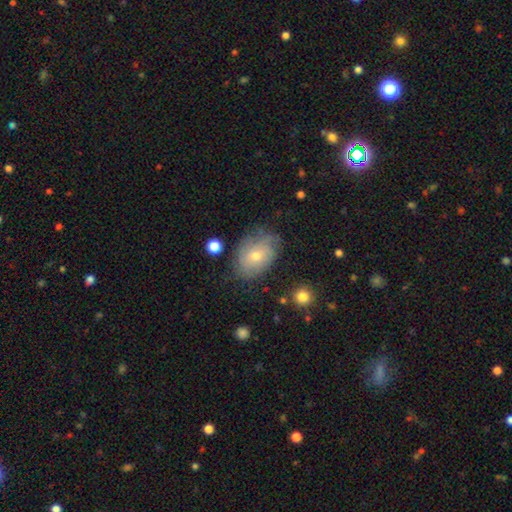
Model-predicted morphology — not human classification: A smooth galaxy with no disk features (50%) that is in between round and cigar-shaped (77%). Merging: none (63%).